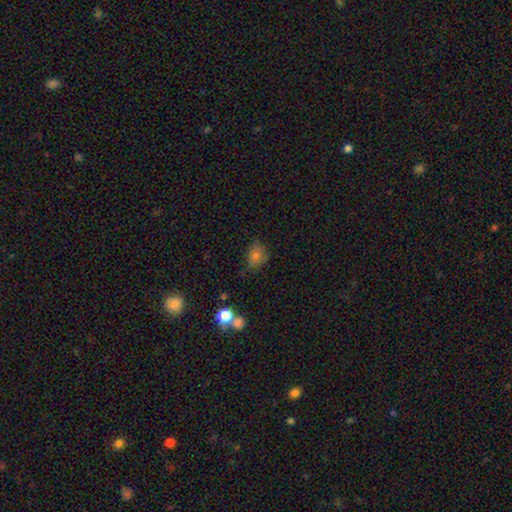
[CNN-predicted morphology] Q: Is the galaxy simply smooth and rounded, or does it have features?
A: smooth — 75%.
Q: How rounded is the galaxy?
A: in between — 50%.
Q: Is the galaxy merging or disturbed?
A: none — 65%.